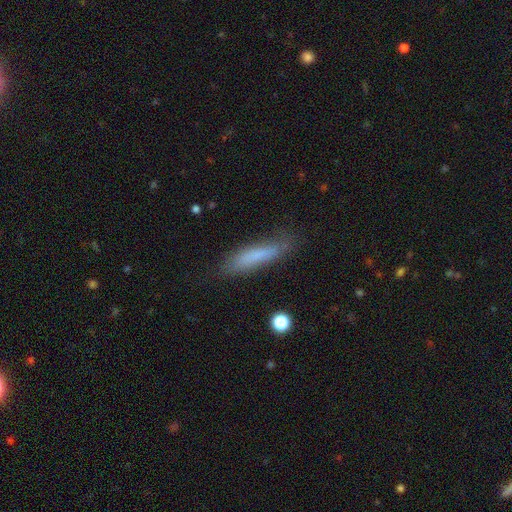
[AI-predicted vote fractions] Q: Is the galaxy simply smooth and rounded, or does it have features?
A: smooth — 73%.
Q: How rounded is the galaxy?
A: cigar-shaped — 80%.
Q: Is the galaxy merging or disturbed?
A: none — 76%.